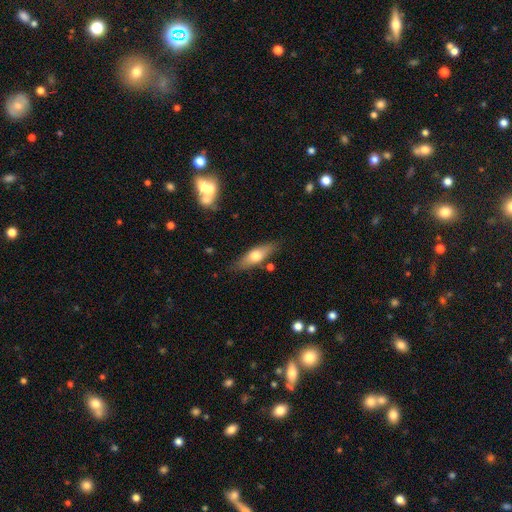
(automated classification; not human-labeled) Morphology: type=smooth (61%); roundness=in between (54%); merging=none (79%).